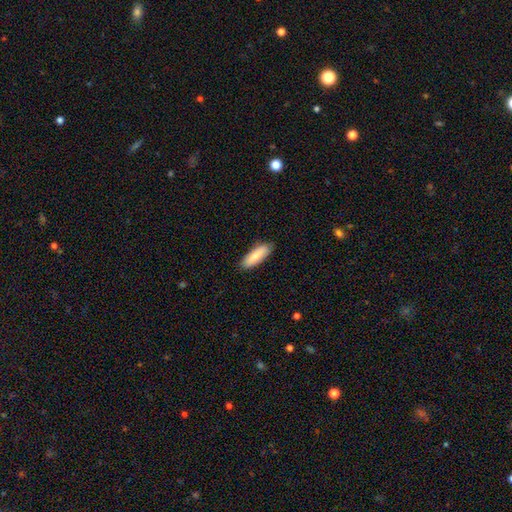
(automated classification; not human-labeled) Q: Smooth or featured?
A: smooth (80%); runner-up: featured or disk (15%)
Q: How rounded?
A: in between (57%); runner-up: cigar-shaped (41%)
Q: Merging?
A: none (88%); runner-up: minor disturbance (9%)